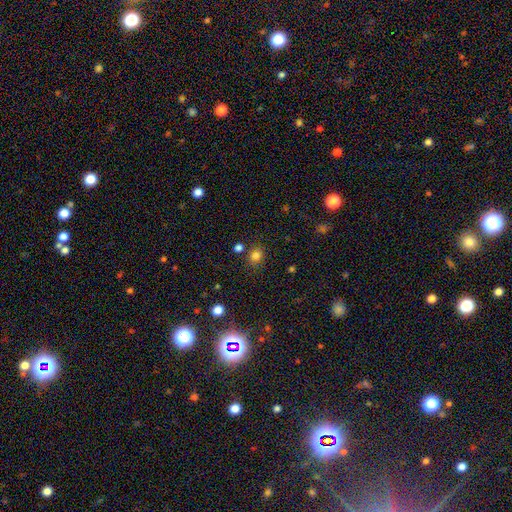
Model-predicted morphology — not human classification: A smooth galaxy with no disk features (80%) that is round (66%). Merging: none (79%).